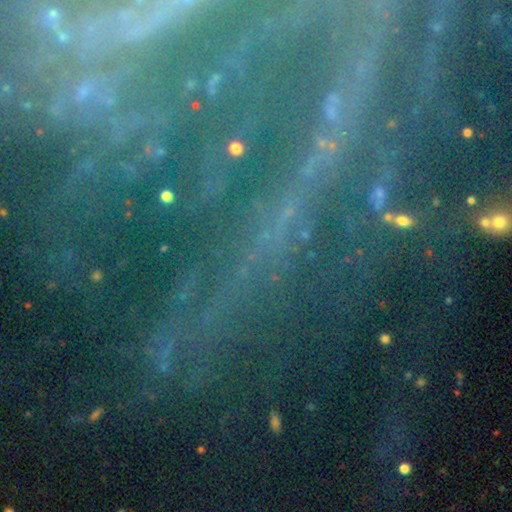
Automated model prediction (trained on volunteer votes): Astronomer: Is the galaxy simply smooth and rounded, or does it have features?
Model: star or artifact — 72%.